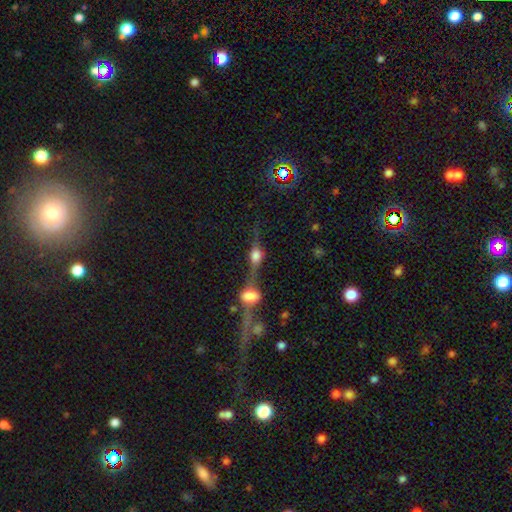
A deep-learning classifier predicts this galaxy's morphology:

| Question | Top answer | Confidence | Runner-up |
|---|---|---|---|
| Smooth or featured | featured or disk | 62% | smooth (25%) |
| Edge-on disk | yes | 82% | no (18%) |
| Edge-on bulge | rounded | 91% | boxy (7%) |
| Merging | merger | 41% | none (37%) |